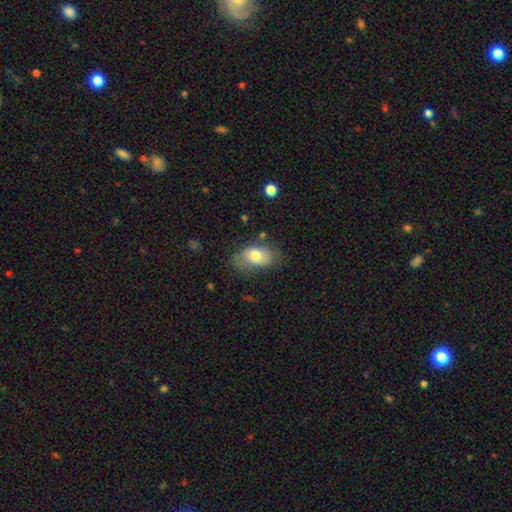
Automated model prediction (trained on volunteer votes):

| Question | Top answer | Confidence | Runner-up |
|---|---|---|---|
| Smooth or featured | smooth | 70% | featured or disk (22%) |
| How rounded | in between | 89% | round (9%) |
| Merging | none | 58% | minor disturbance (28%) |